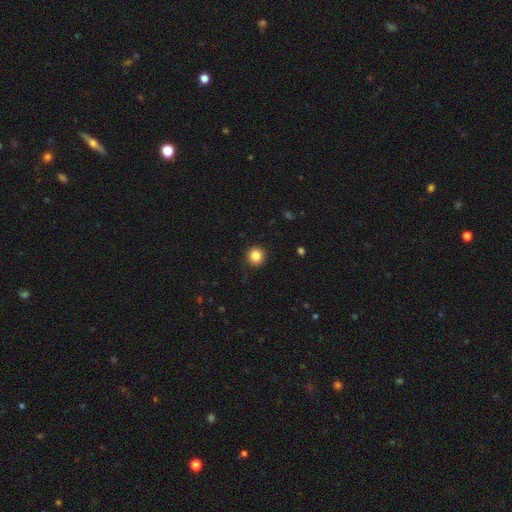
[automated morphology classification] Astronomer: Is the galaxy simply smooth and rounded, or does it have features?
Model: smooth — 85%.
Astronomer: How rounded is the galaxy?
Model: round — 93%.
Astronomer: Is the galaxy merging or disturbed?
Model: none — 92%.